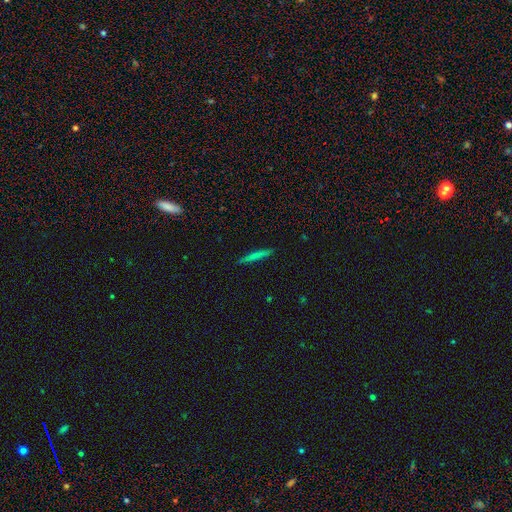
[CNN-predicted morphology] Smooth or featured? smooth (70%)
How rounded? cigar-shaped (95%)
Merging? none (90%)